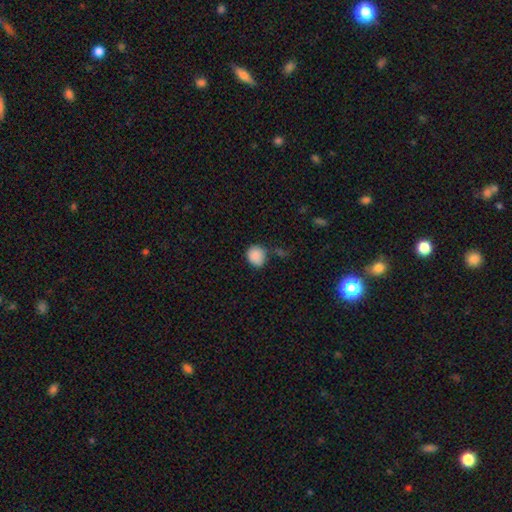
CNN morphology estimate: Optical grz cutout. It shows a smooth galaxy with no disk features (87%) that is round (76%). Merging: none (61%).